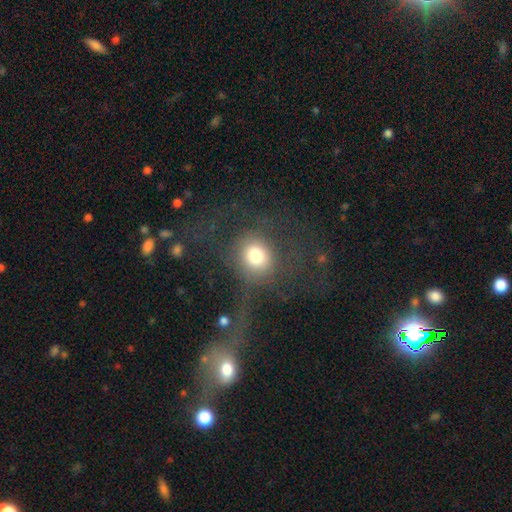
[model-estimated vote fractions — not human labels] smooth 70%, featured or disk 16%, star or artifact 14%. Down the decision tree: how rounded — round (81%); merging — none (62%).